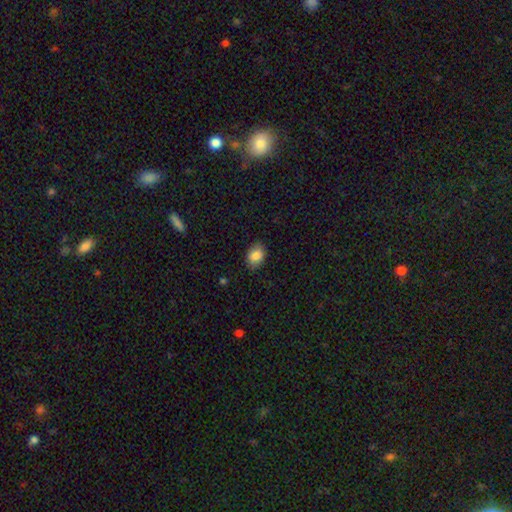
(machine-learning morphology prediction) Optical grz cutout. It shows a smooth galaxy with no disk features (85%) that is in between round and cigar-shaped (77%). Merging: none (85%).